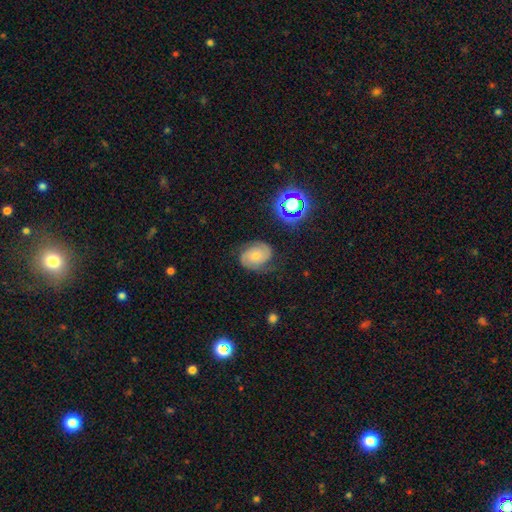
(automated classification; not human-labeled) Smooth or featured? featured or disk (63%)
Edge-on disk? no (97%)
Bar? no (74%)
Spiral arms? yes (91%)
Spiral winding? tight (45%)
Spiral arm count? 2 (79%)
Bulge size? small (59%)
Merging? none (68%)